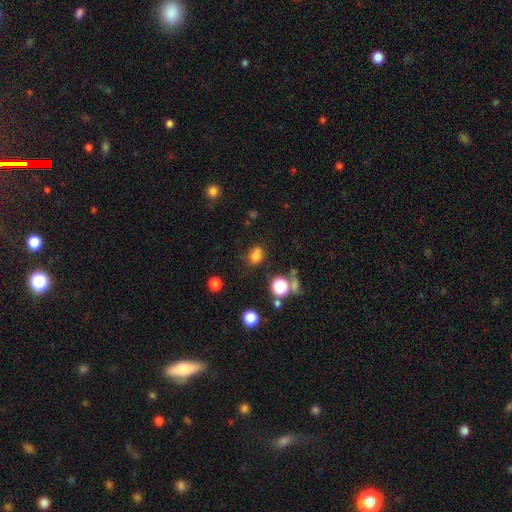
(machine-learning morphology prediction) Smooth or featured? smooth (73%)
How rounded? in between (50%)
Merging? none (59%)